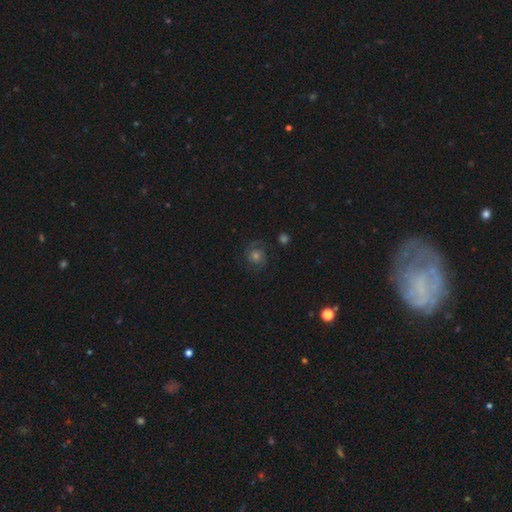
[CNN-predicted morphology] The model was most divided on "spiral winding": tight: 51%, medium: 39%, loose: 10%. More confident: edge-on disk — no (98%); spiral arms — yes (92%); merging — none (80%); bar — no (77%); spiral arm count — 2 (64%); smooth or featured — featured or disk (58%); bulge size — moderate (56%).